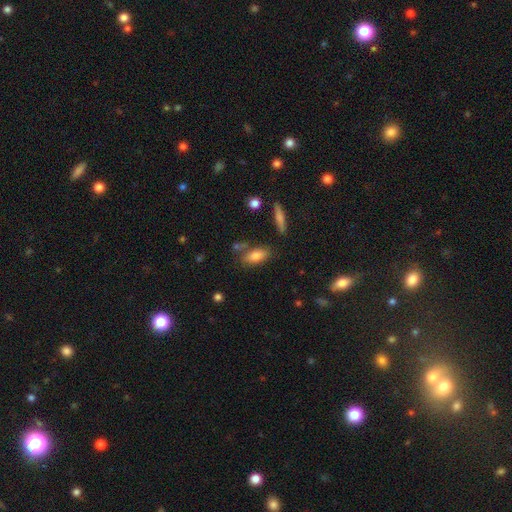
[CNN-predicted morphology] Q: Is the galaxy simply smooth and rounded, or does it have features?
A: smooth — 81%.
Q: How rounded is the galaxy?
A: in between — 82%.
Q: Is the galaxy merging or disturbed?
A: none — 70%.